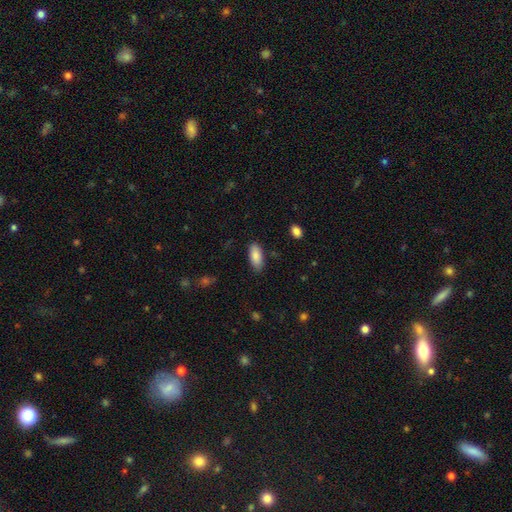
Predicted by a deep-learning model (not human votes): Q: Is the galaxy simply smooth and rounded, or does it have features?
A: smooth — 86%.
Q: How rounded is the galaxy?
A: in between — 86%.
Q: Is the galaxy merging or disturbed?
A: none — 83%.